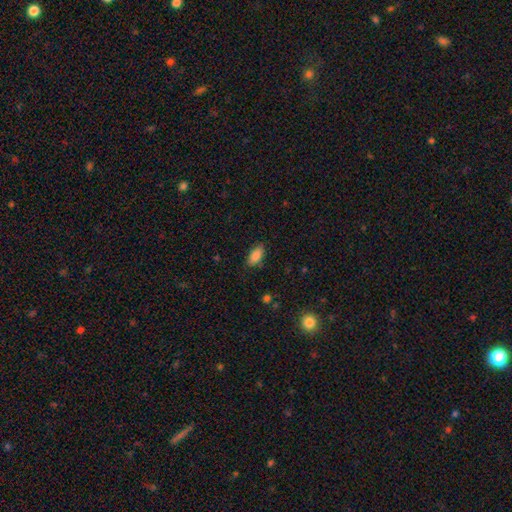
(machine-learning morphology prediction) Overall: smooth (86%). How rounded: in between (90%). Merging: none (83%).